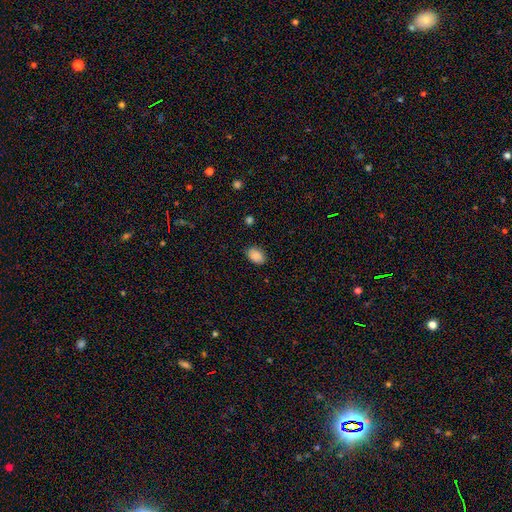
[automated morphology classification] The model was most divided on "how rounded": in between: 83%, round: 15%, cigar-shaped: 1%. More confident: smooth or featured — smooth (87%); merging — none (84%).